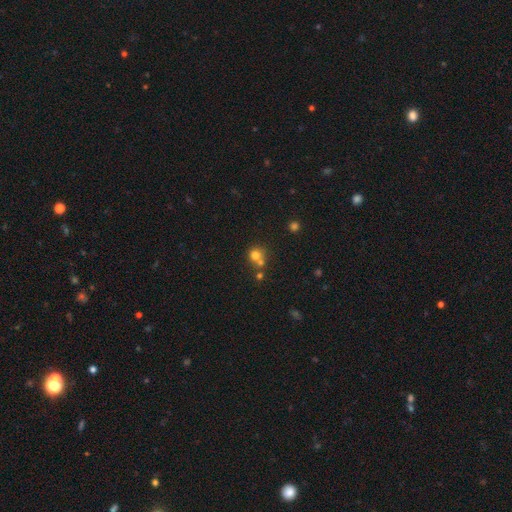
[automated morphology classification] This appears to be a smooth galaxy with no disk features (73%) that is round (87%). Merging: none (49%).